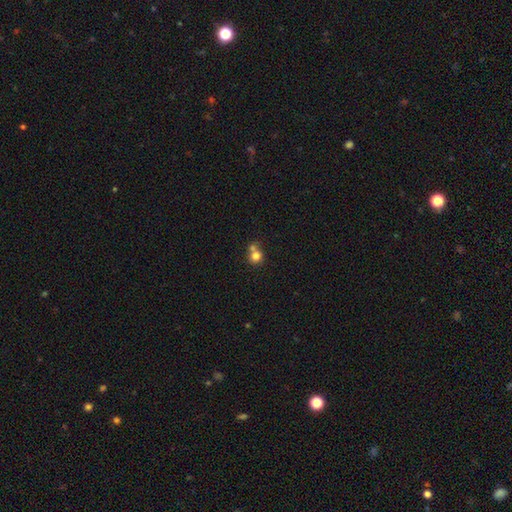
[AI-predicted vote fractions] A smooth galaxy with no disk features (78%) that is round (84%). Merging: merger (46%).